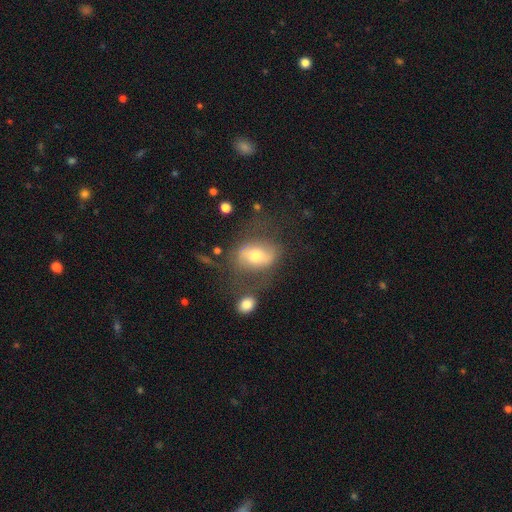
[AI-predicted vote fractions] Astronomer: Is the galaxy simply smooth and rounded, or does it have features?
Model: smooth — 47% (runner-up: featured or disk, 45%).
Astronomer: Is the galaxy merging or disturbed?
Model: none — 56%.